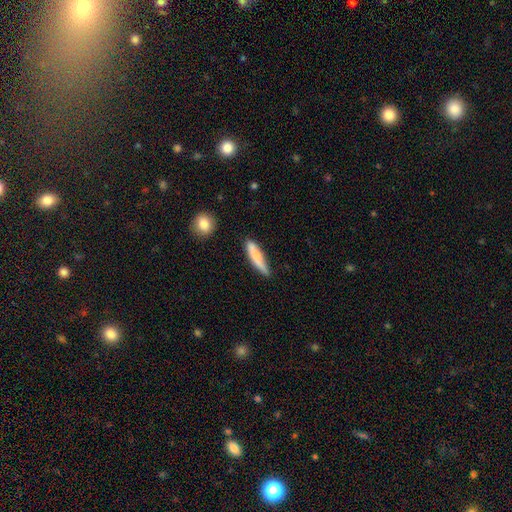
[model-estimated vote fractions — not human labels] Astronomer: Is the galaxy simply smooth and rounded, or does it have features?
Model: smooth — 76%.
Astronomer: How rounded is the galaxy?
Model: cigar-shaped — 83%.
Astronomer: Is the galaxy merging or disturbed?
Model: none — 64%.